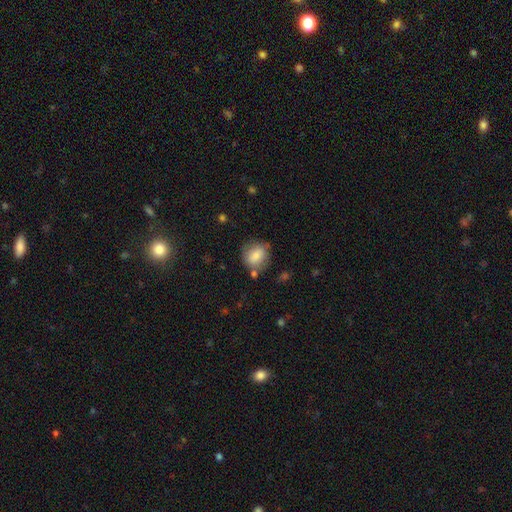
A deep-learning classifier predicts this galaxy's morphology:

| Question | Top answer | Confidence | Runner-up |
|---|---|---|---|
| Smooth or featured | smooth | 78% | featured or disk (13%) |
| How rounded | round | 74% | in between (25%) |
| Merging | none | 72% | minor disturbance (16%) |